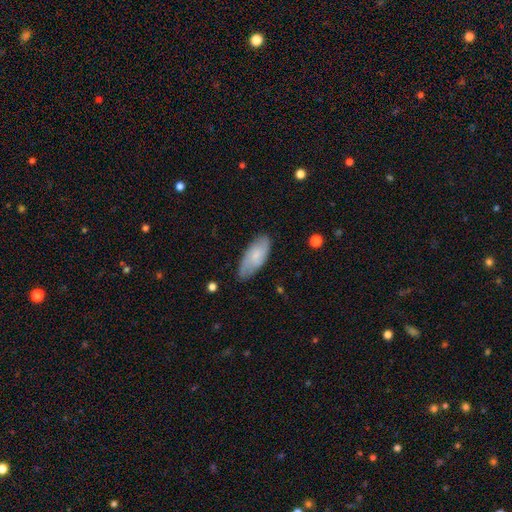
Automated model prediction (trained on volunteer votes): smooth_or_featured: smooth (p=0.61) [alt: featured or disk p=0.32]
how_rounded: in between (p=0.84) [alt: cigar-shaped p=0.14]
merging: none (p=0.75) [alt: minor disturbance p=0.20]